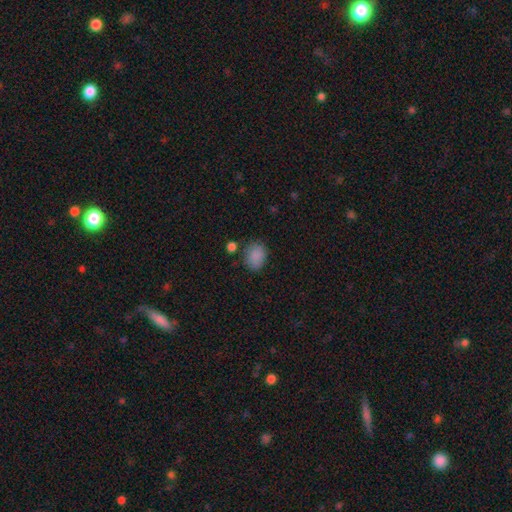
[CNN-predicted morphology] This appears to be a smooth galaxy with no disk features (86%) that is in between round and cigar-shaped (56%). Merging: none (73%).